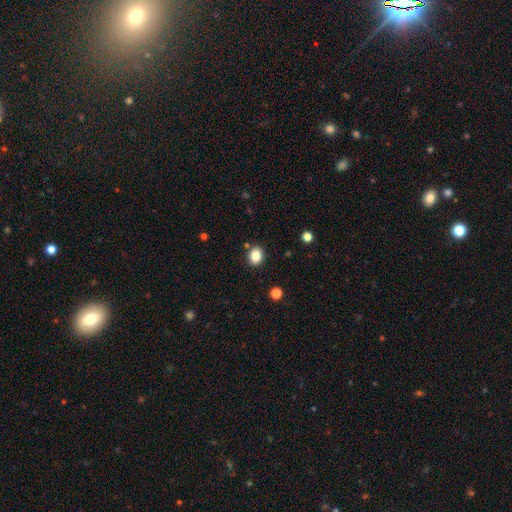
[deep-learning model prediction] A smooth galaxy with no disk features (85%) that is round (54%). Merging: none (87%).